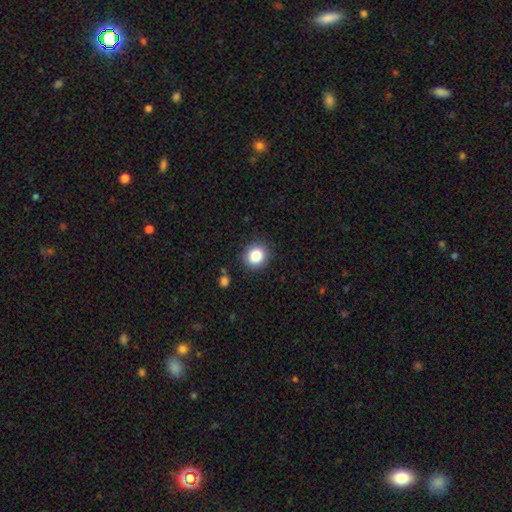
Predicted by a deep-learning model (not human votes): Smooth or featured?
  - smooth: 85% *
  - star or artifact: 10%
  - featured or disk: 5%
How rounded?
  - round: 86% *
  - in between: 14%
  - cigar-shaped: 1%
Merging?
  - none: 89% *
  - minor disturbance: 8%
  - major disturbance: 2%
  - merger: 2%